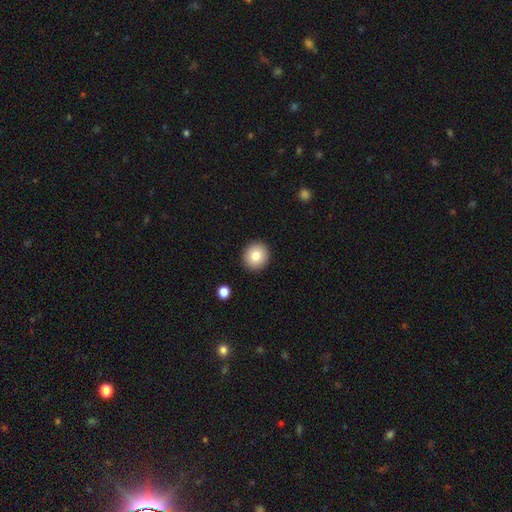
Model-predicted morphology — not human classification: A smooth galaxy with no disk features (81%) that is round (88%). Merging: none (91%).